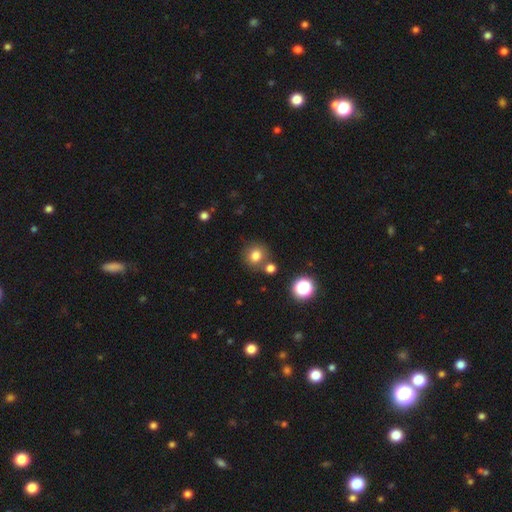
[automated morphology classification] Smooth or featured: smooth — 79% (star or artifact — 14%)
How rounded: round — 87% (in between — 12%)
Merging: none — 73% (merger — 14%)